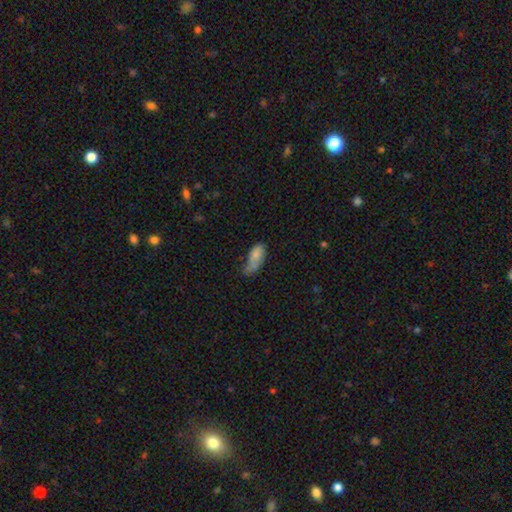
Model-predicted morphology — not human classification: Smooth or featured? smooth (77%)
How rounded? in between (87%)
Merging? minor disturbance (38%)